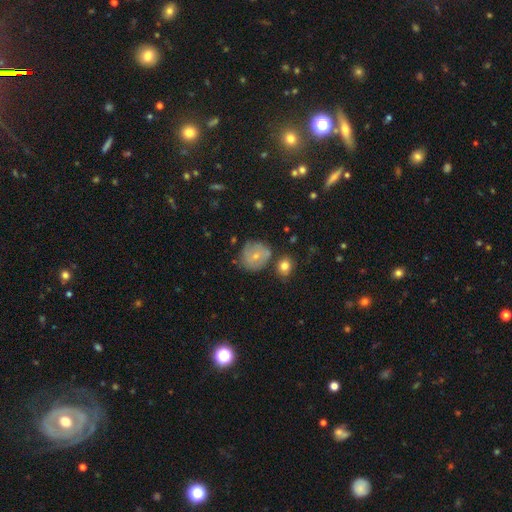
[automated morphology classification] Smooth or featured?
  - smooth: 62% *
  - featured or disk: 29%
  - star or artifact: 9%
How rounded?
  - round: 81% *
  - in between: 18%
  - cigar-shaped: 1%
Merging?
  - none: 62% *
  - minor disturbance: 23%
  - merger: 9%
  - major disturbance: 6%